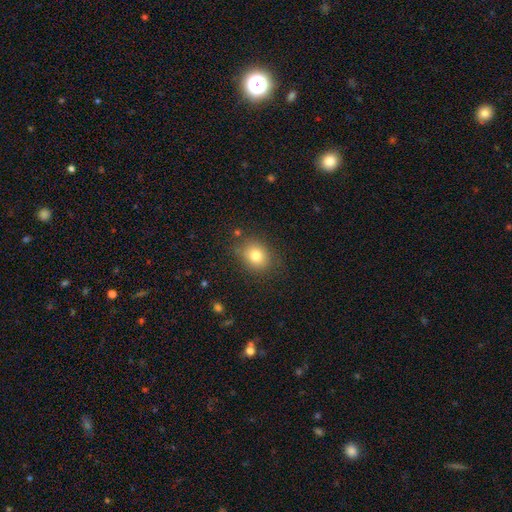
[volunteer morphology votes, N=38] Volunteers were most divided on "how rounded": round: 61%, in between: 39%, cigar-shaped: 0%. More confident: smooth or featured — smooth (82%); merging — none (76%).